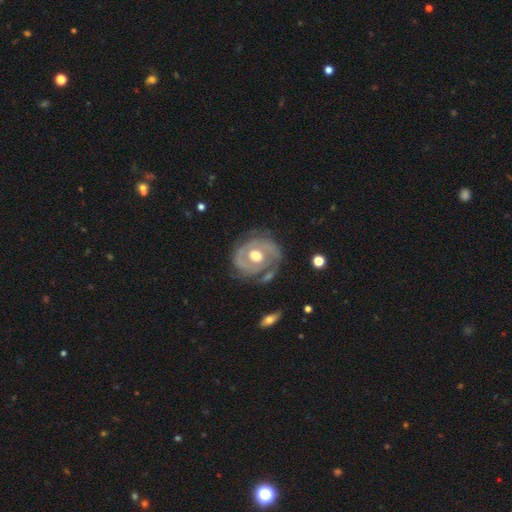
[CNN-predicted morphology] A featured or disk galaxy (82%) with no bar (65%), 2 (53%) tight (62%) spiral arms (79%) and a moderate central bulge (75%).

Vote fractions:
- Smooth or featured? featured or disk: 82% / smooth: 14% / star or artifact: 4%
- Edge-on disk? no: 97% / yes: 3%
- Bar? no: 65% / weak: 26% / strong: 9%
- Spiral arms? yes: 79% / no: 21%
- Spiral winding? tight: 62% / medium: 27% / loose: 10%
- Spiral arm count? 2: 53% / can't tell: 20% / 1: 12% / 3: 9% / 4: 3% / more than 4: 3%
- Bulge size? moderate: 75% / large: 16% / small: 7% / dominant: 1% / none: 1%
- Merging? none: 65% / minor disturbance: 20% / major disturbance: 11% / merger: 4%